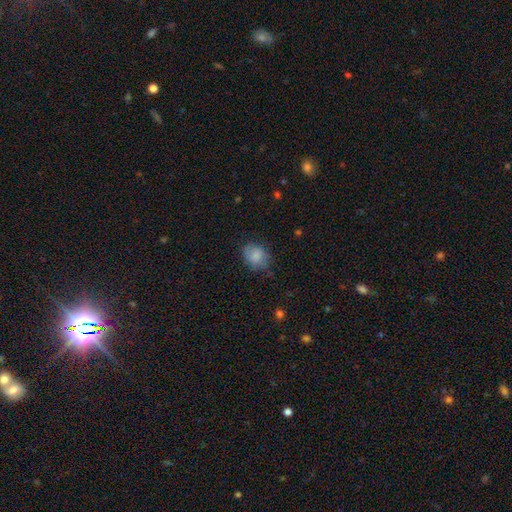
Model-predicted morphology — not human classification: type=smooth (83%); roundness=in between (56%); merging=none (70%).